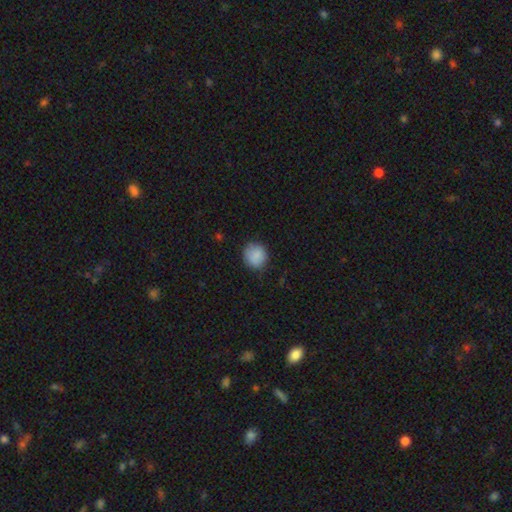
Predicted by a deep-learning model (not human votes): Overall: smooth (86%). How rounded: round (85%). Merging: none (82%).